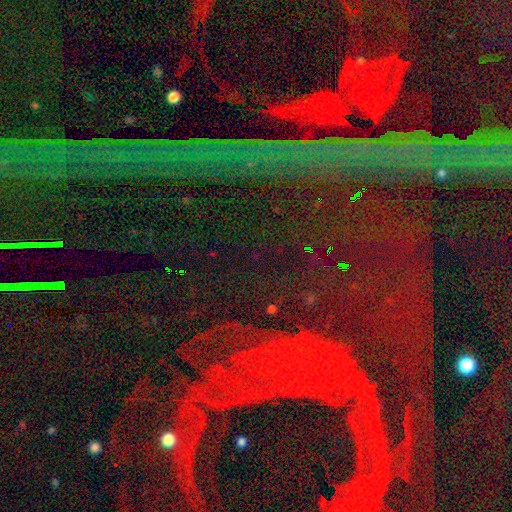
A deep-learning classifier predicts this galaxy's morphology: A star or artifact, not a galaxy (76%).

Vote fractions:
- Smooth or featured? star or artifact: 76% / smooth: 16% / featured or disk: 8%